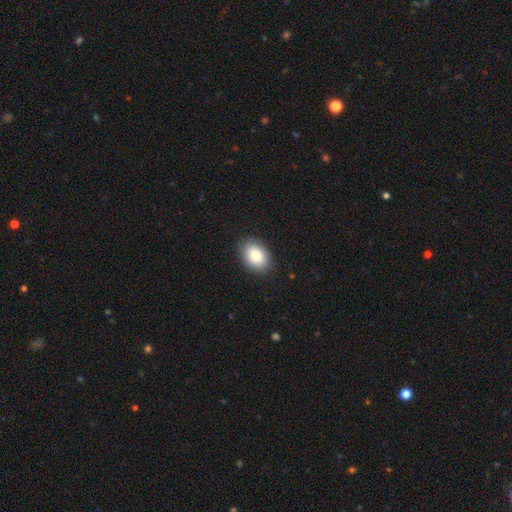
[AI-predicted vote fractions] This is clearly a smooth galaxy (86%). How rounded: clearly in between (83%). Merging: clearly none (87%).